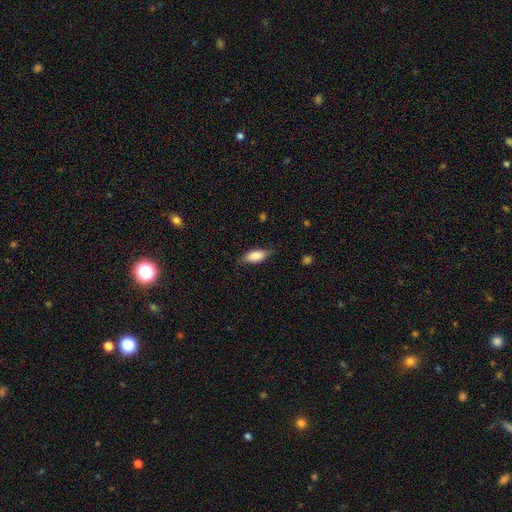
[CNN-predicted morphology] Q: Smooth or featured?
A: smooth (83%); runner-up: featured or disk (10%)
Q: How rounded?
A: in between (81%); runner-up: cigar-shaped (17%)
Q: Merging?
A: none (78%); runner-up: minor disturbance (17%)